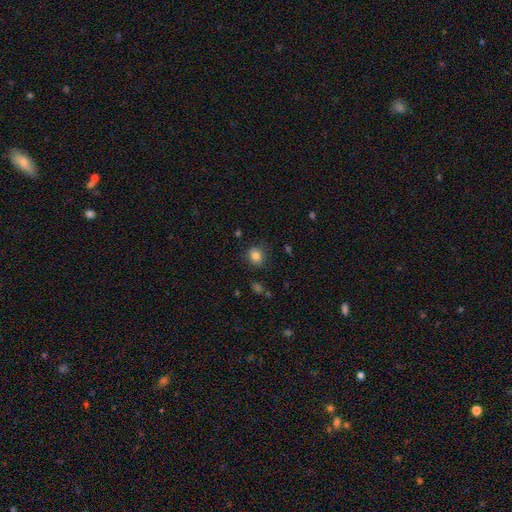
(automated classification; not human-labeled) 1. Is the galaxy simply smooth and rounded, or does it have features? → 82% smooth, 11% star or artifact, 7% featured or disk.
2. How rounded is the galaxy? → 75% round, 24% in between, 1% cigar-shaped.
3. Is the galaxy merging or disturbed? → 79% none, 15% minor disturbance, 4% major disturbance, 2% merger.